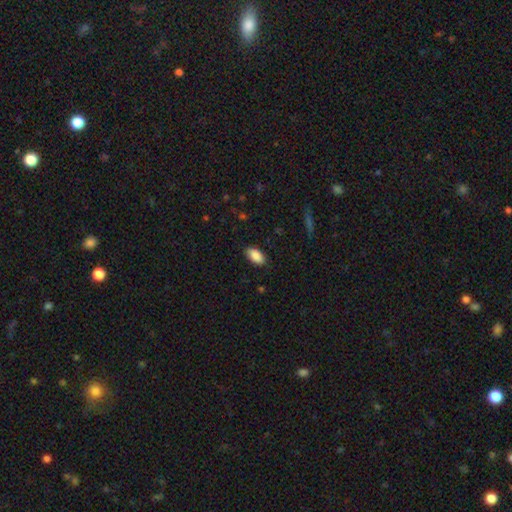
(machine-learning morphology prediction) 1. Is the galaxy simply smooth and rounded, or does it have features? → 88% smooth, 7% star or artifact, 5% featured or disk.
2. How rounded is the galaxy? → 94% in between, 3% cigar-shaped, 3% round.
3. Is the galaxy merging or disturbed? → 86% none, 11% minor disturbance, 2% major disturbance, 1% merger.